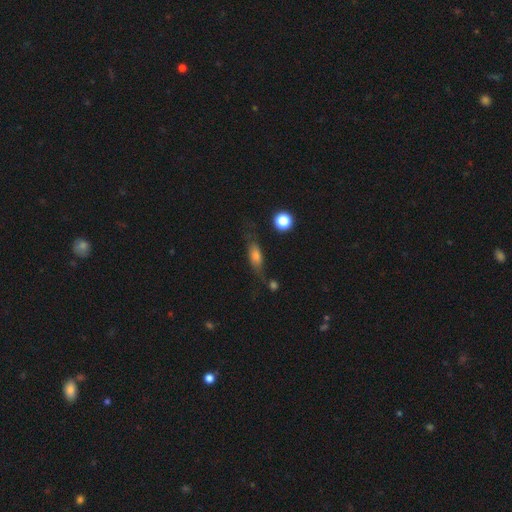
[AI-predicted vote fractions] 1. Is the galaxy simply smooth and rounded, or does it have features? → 59% smooth, 29% featured or disk, 12% star or artifact.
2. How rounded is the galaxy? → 57% in between, 35% cigar-shaped, 8% round.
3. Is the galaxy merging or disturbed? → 59% none, 24% minor disturbance, 12% major disturbance, 6% merger.